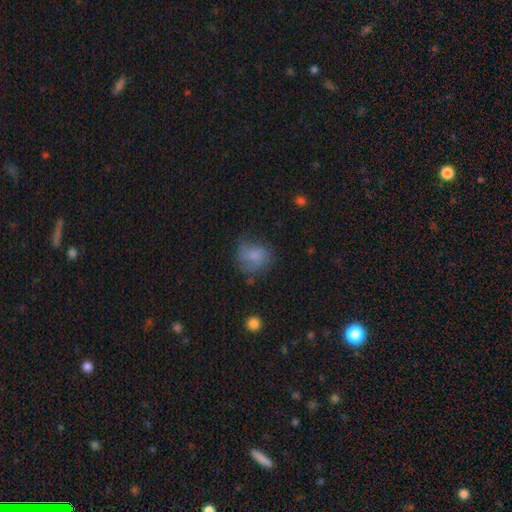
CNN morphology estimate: smooth-or-featured: smooth: 71% | featured or disk: 19% | star or artifact: 10%
  how-rounded: round: 66% | in between: 33% | cigar-shaped: 1%
  merging: none: 54% | minor disturbance: 28% | major disturbance: 15% | merger: 3%